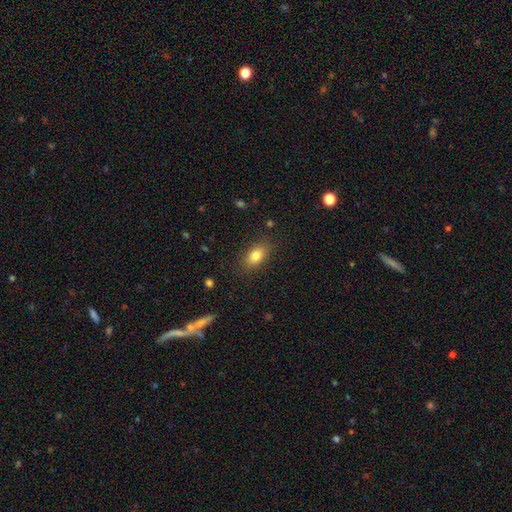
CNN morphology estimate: A smooth galaxy with no disk features (82%) that is in between round and cigar-shaped (86%).

Vote fractions:
- Smooth or featured? smooth: 82% / featured or disk: 10% / star or artifact: 9%
- How rounded? in between: 86% / round: 9% / cigar-shaped: 5%
- Merging? none: 84% / minor disturbance: 11% / major disturbance: 3% / merger: 1%